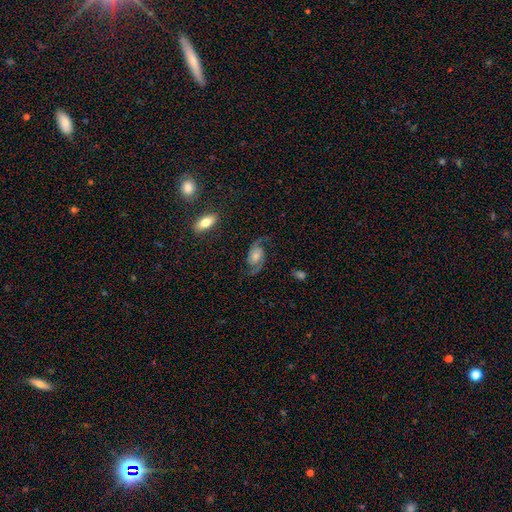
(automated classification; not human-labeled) This is clearly a featured or disk galaxy (86%). It is clearly not viewed edge-on (97%). Bar: likely no (64%). Spiral arm pattern: clearly yes (97%). Spiral arm count: clearly 2 (94%). Spiral winding: possibly medium (46%). Central bulge: marginally moderate (40%). Merging: likely none (76%).